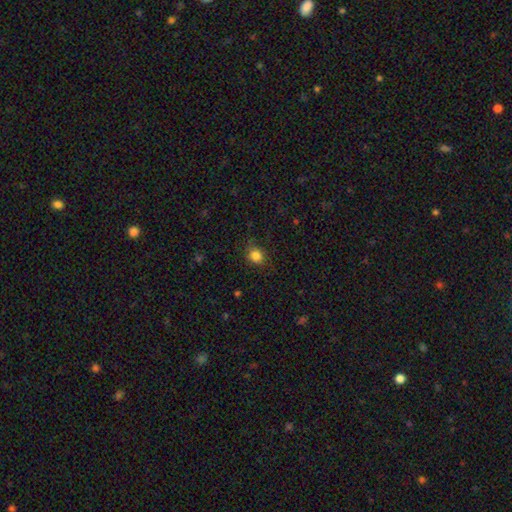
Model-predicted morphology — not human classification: Smooth or featured: smooth — 84% (star or artifact — 11%)
How rounded: round — 73% (in between — 26%)
Merging: none — 80% (minor disturbance — 15%)